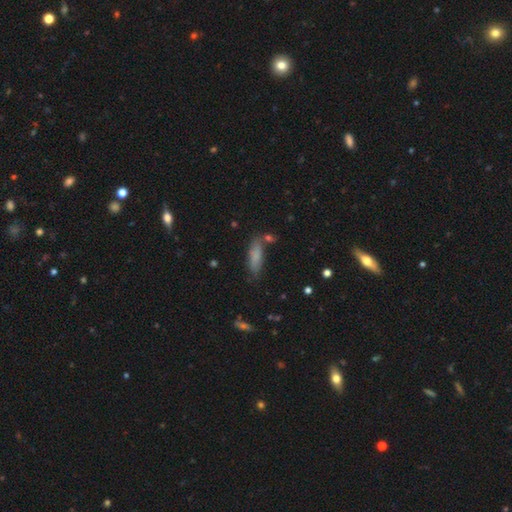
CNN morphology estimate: Smooth or featured: smooth — 80% (featured or disk — 11%)
How rounded: in between — 50% (cigar-shaped — 48%)
Merging: none — 70% (minor disturbance — 17%)